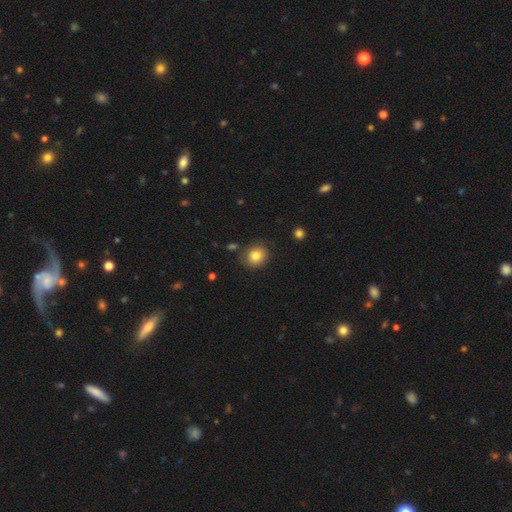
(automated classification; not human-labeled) Smooth or featured: smooth — 82% (star or artifact — 10%)
How rounded: round — 77% (in between — 22%)
Merging: none — 81% (minor disturbance — 12%)